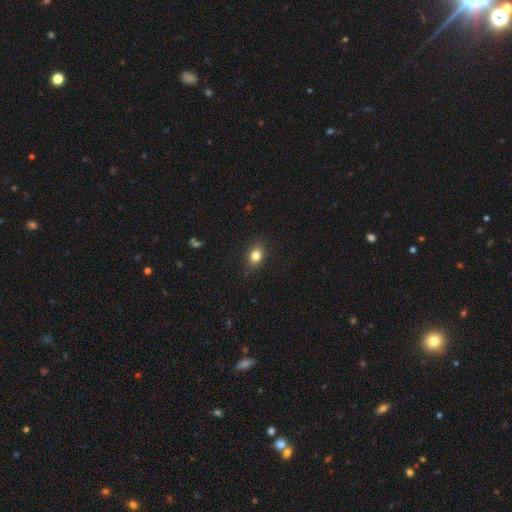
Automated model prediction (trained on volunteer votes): A smooth galaxy with no disk features (82%) that is in between round and cigar-shaped (69%).

Vote fractions:
- Smooth or featured? smooth: 82% / star or artifact: 10% / featured or disk: 8%
- How rounded? in between: 69% / round: 29% / cigar-shaped: 2%
- Merging? none: 86% / minor disturbance: 11% / major disturbance: 2% / merger: 1%